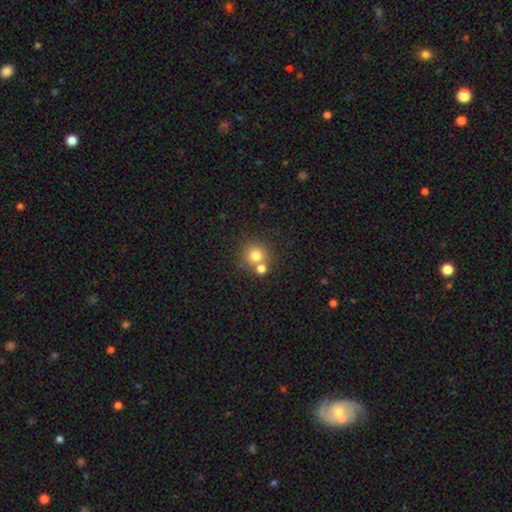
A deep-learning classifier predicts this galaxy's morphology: smooth_or_featured: smooth (p=0.77) [alt: star or artifact p=0.13]
how_rounded: round (p=0.91) [alt: in between p=0.08]
merging: none (p=0.60) [alt: merger p=0.30]